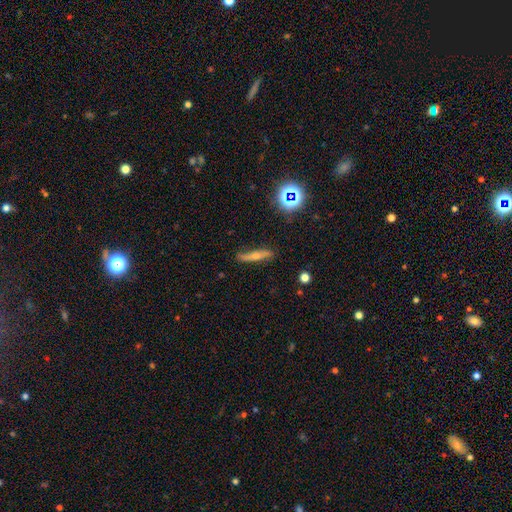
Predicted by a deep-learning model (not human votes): smooth_or_featured: featured or disk (p=0.53) [alt: smooth p=0.33]
disk_edge_on: yes (p=0.82) [alt: no p=0.18]
merging: none (p=0.83) [alt: minor disturbance p=0.13]